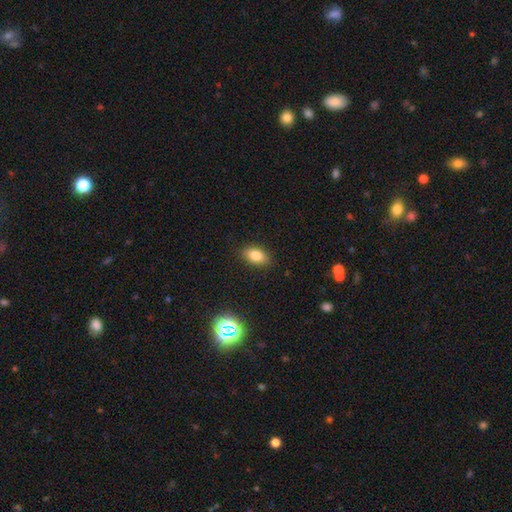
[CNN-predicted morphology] smooth 82%, star or artifact 10%, featured or disk 8%. Down the decision tree: how rounded — in between (89%); merging — none (87%).